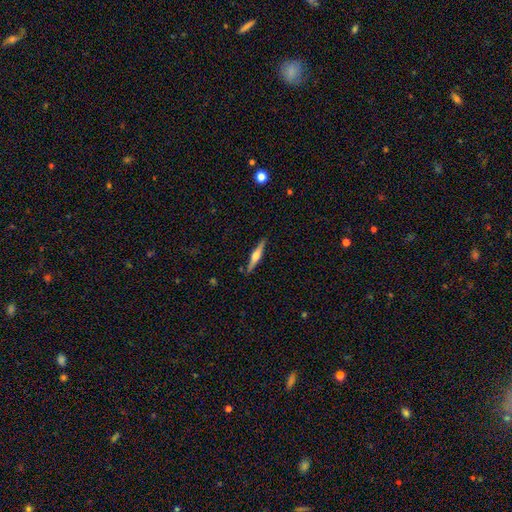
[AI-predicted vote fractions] A featured or disk galaxy (65%) viewed edge-on (98%) with a rounded central bulge (88%).

Vote fractions:
- Smooth or featured? featured or disk: 65% / smooth: 29% / star or artifact: 5%
- Edge-on disk? yes: 98% / no: 2%
- Edge-on bulge? rounded: 88% / boxy: 8% / none: 4%
- Merging? none: 89% / minor disturbance: 8% / major disturbance: 2% / merger: 2%